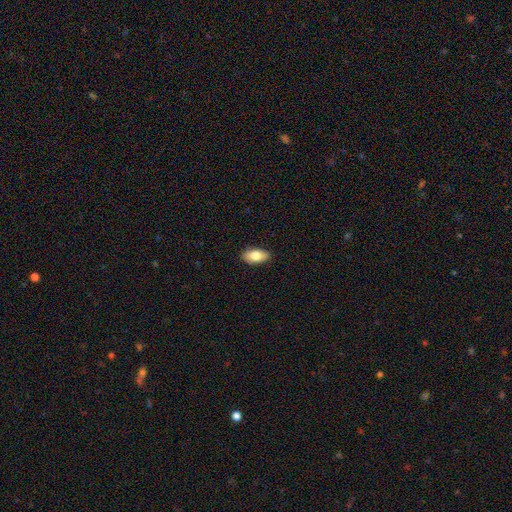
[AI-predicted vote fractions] Q: Smooth or featured?
A: smooth (80%); runner-up: featured or disk (14%)
Q: How rounded?
A: in between (92%); runner-up: cigar-shaped (4%)
Q: Merging?
A: none (89%); runner-up: minor disturbance (9%)